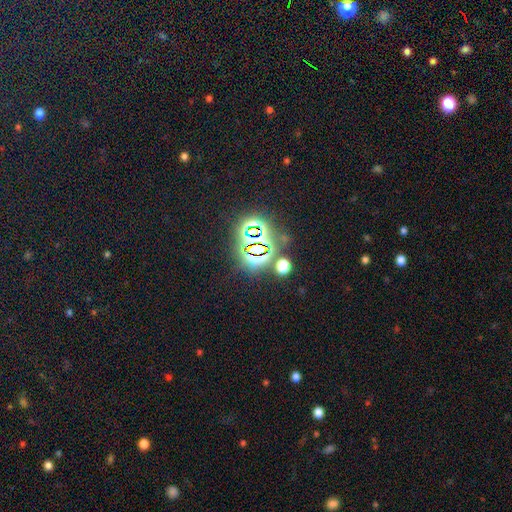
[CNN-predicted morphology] This is likely a star or artifact rather than a galaxy (78%).